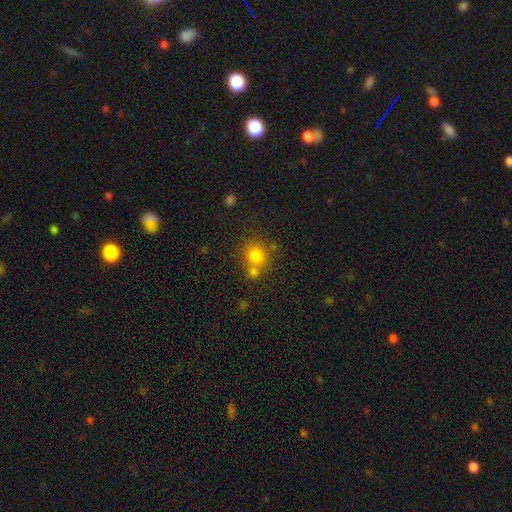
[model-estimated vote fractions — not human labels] Smooth or featured: smooth — 79% (star or artifact — 13%)
How rounded: round — 85% (in between — 14%)
Merging: none — 58% (merger — 29%)